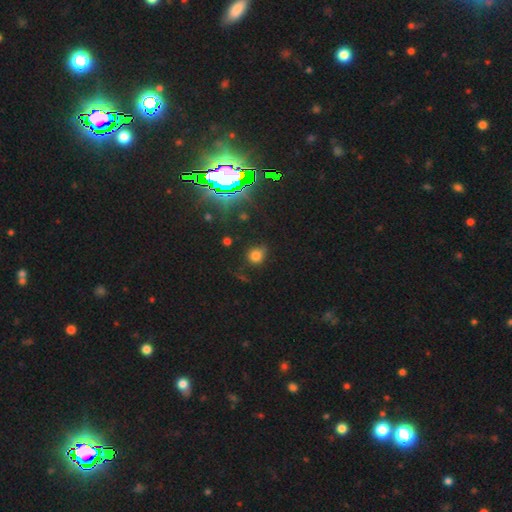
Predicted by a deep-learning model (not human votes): Smooth or featured?
  - smooth: 70% *
  - star or artifact: 23%
  - featured or disk: 7%
How rounded?
  - round: 78% *
  - in between: 20%
  - cigar-shaped: 1%
Merging?
  - none: 68% *
  - minor disturbance: 22%
  - major disturbance: 8%
  - merger: 3%